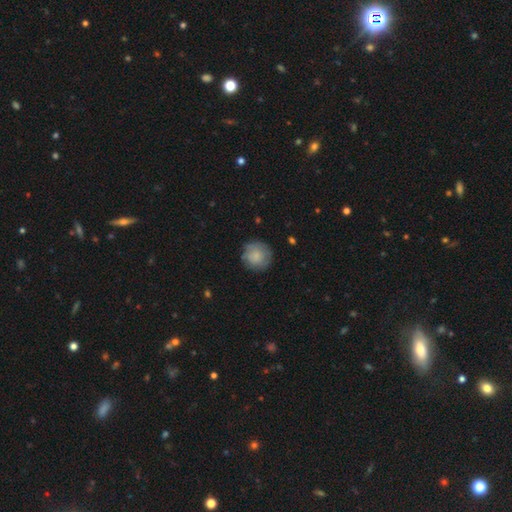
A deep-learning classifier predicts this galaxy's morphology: Smooth or featured?
  - smooth: 74% *
  - featured or disk: 18%
  - star or artifact: 8%
How rounded?
  - round: 93% *
  - in between: 6%
  - cigar-shaped: 1%
Merging?
  - none: 78% *
  - minor disturbance: 16%
  - major disturbance: 5%
  - merger: 1%